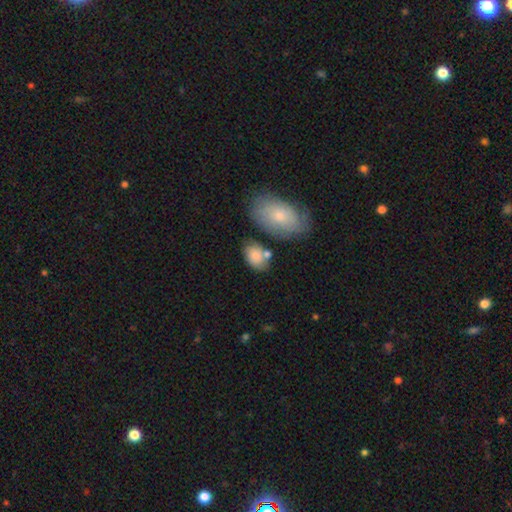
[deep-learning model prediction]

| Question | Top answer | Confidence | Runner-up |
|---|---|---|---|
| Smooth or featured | smooth | 78% | featured or disk (14%) |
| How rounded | in between | 81% | round (18%) |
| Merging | none | 54% | merger (20%) |